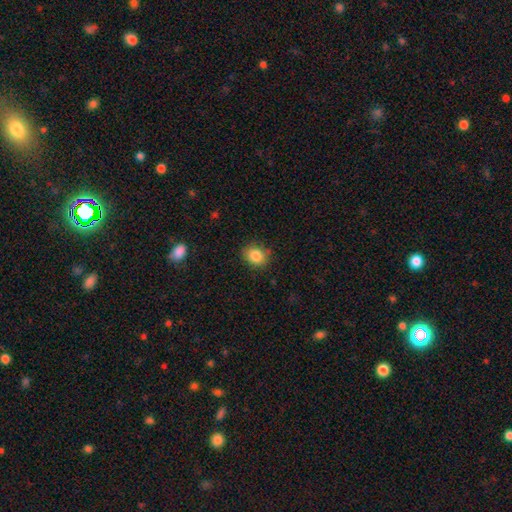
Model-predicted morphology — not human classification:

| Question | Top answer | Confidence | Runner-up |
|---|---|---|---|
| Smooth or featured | smooth | 85% | star or artifact (10%) |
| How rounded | round | 65% | in between (34%) |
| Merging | none | 82% | minor disturbance (14%) |